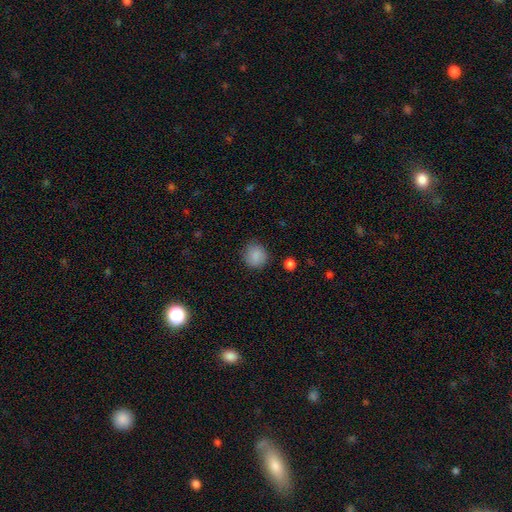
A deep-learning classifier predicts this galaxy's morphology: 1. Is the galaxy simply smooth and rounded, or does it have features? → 87% smooth, 9% star or artifact, 4% featured or disk.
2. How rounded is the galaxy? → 87% round, 12% in between, 1% cigar-shaped.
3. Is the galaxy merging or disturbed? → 84% none, 12% minor disturbance, 3% major disturbance, 1% merger.